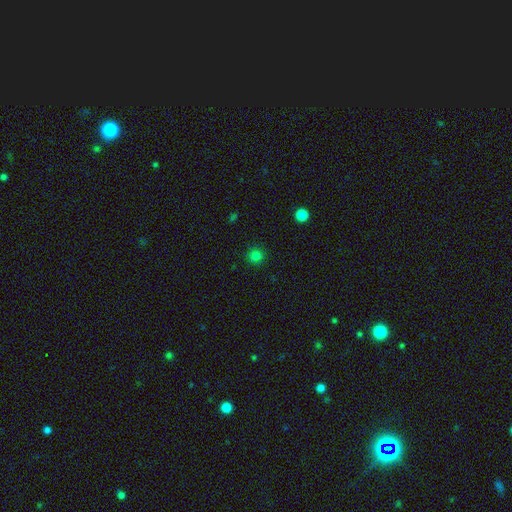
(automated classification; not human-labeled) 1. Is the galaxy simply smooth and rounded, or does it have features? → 80% smooth, 16% star or artifact, 4% featured or disk.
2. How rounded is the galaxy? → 94% round, 5% in between, 1% cigar-shaped.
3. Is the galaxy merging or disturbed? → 91% none, 6% minor disturbance, 2% major disturbance, 1% merger.